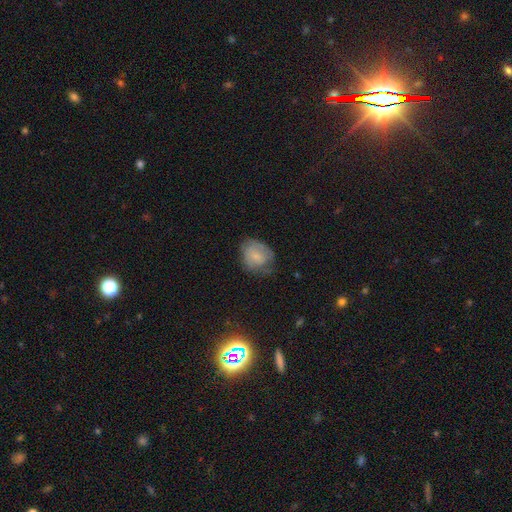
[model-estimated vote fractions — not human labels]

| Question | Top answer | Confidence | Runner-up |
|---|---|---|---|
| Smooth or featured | smooth | 63% | featured or disk (28%) |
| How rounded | round | 52% | in between (47%) |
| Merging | none | 49% | minor disturbance (32%) |